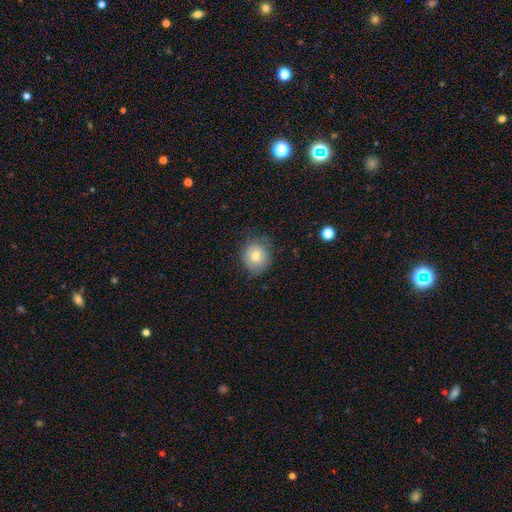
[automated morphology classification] The model was most divided on "merging": none: 75%, minor disturbance: 19%, major disturbance: 5%, merger: 1%. More confident: how rounded — round (81%); smooth or featured — smooth (74%).